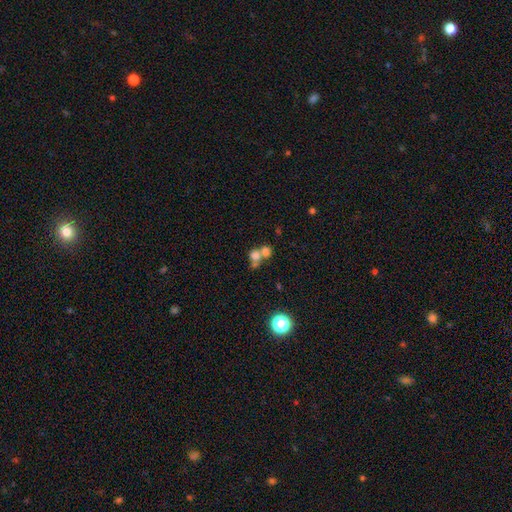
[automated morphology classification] Overall: smooth (71%). How rounded: round (67%; in between 31%). Merging: merger (61%; none 28%).